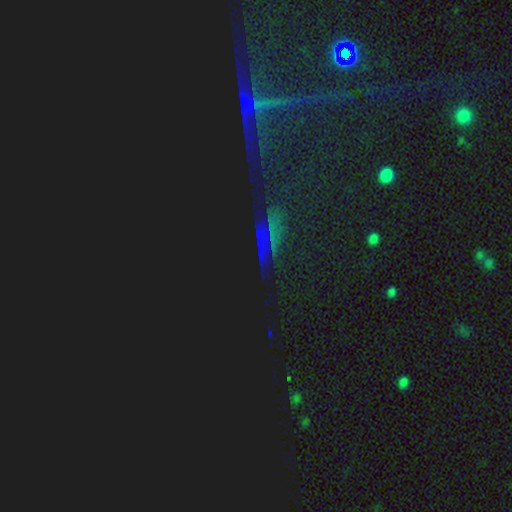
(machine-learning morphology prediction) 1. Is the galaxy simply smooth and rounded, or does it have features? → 77% star or artifact, 13% smooth, 10% featured or disk.